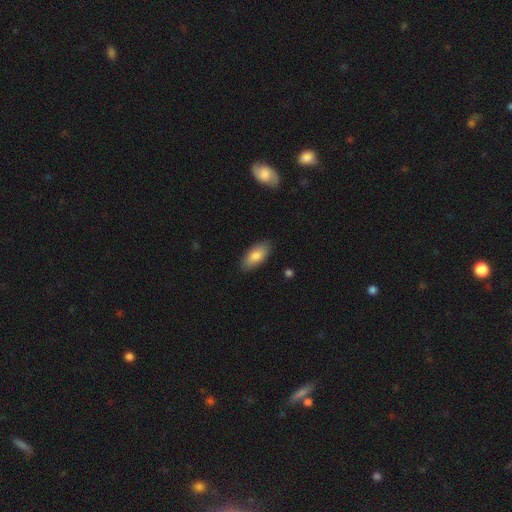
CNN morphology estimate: smooth-or-featured: smooth: 82% | featured or disk: 12% | star or artifact: 6%
  how-rounded: in between: 89% | cigar-shaped: 8% | round: 2%
  merging: none: 87% | minor disturbance: 10% | major disturbance: 2% | merger: 1%